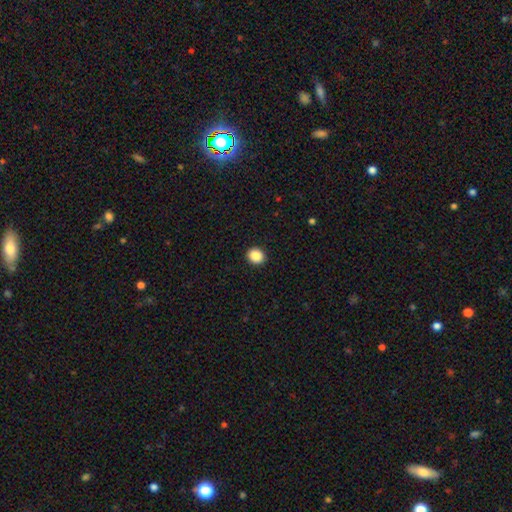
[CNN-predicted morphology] Q: Smooth or featured?
A: smooth (88%); runner-up: star or artifact (9%)
Q: How rounded?
A: round (76%); runner-up: in between (24%)
Q: Merging?
A: none (93%); runner-up: minor disturbance (5%)